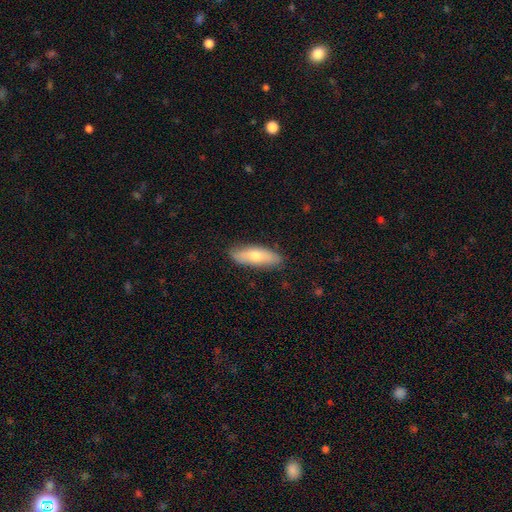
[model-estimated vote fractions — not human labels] Q: Smooth or featured?
A: smooth (64%); runner-up: featured or disk (31%)
Q: How rounded?
A: in between (53%); runner-up: cigar-shaped (44%)
Q: Merging?
A: none (86%); runner-up: minor disturbance (11%)